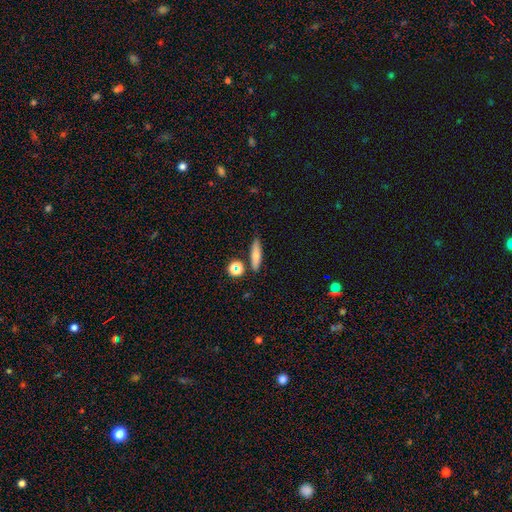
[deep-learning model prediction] This appears to be a smooth galaxy with no disk features (70%) that is cigar-shaped (65%). Merging: none (81%).